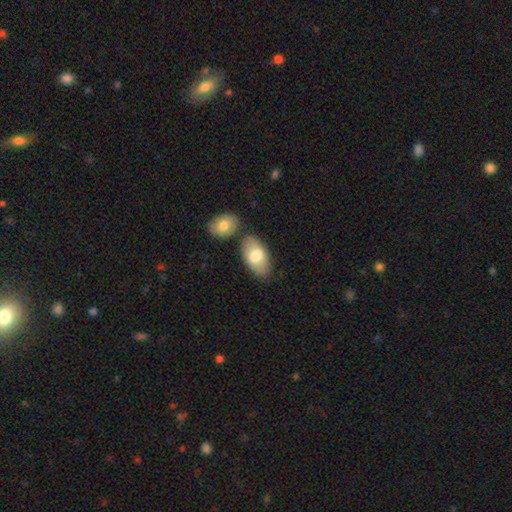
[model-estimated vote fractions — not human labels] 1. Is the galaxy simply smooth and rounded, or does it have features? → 77% smooth, 18% featured or disk, 5% star or artifact.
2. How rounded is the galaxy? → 94% in between, 4% round, 2% cigar-shaped.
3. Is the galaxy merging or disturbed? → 67% none, 16% merger, 14% minor disturbance, 3% major disturbance.